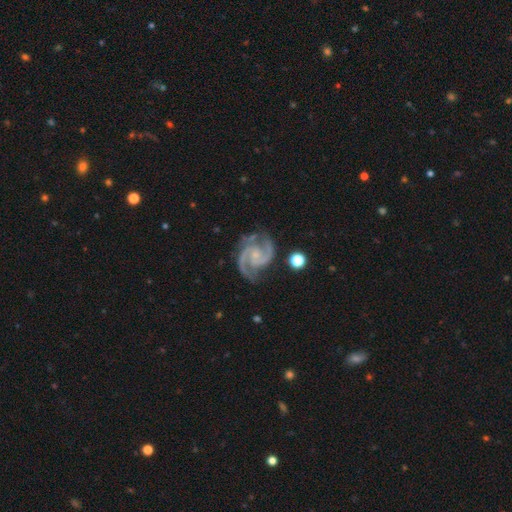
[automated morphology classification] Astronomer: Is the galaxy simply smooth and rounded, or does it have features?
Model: featured or disk — 94%.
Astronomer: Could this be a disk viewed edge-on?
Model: no — 98%.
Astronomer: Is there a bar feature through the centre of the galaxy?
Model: no — 58% (runner-up: weak, 34%).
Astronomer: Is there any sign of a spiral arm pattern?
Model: yes — 99%.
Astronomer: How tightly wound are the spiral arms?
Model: medium — 61%.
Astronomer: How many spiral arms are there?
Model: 2 — 90%.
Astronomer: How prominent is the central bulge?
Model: small — 65%.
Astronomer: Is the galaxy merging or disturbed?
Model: none — 75%.